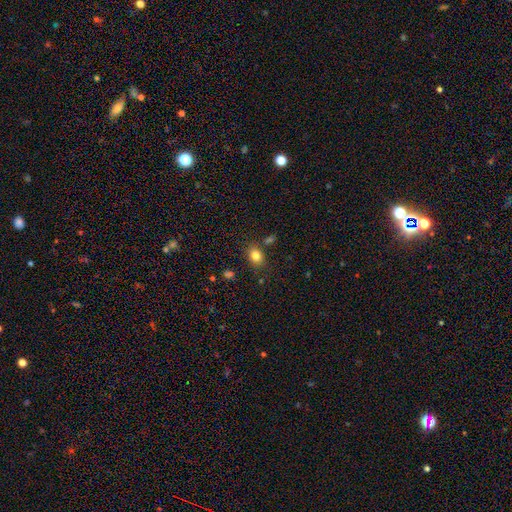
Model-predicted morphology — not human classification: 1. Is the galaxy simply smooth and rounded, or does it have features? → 82% smooth, 11% star or artifact, 7% featured or disk.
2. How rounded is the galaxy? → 64% in between, 35% round, 1% cigar-shaped.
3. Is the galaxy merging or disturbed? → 79% none, 12% minor disturbance, 6% merger, 3% major disturbance.